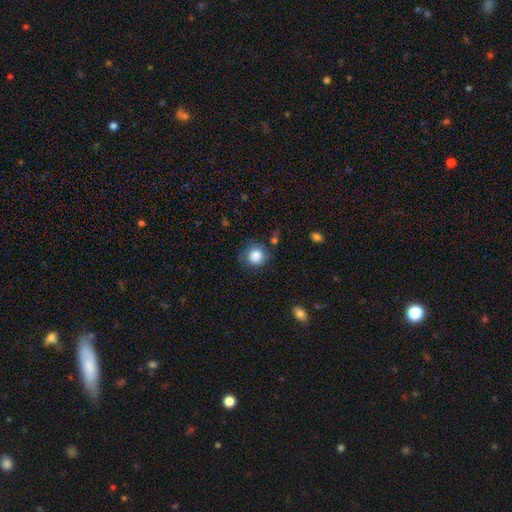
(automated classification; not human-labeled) The model was most divided on "merging": none: 75%, minor disturbance: 17%, major disturbance: 5%, merger: 3%. More confident: how rounded — round (88%); smooth or featured — smooth (84%).